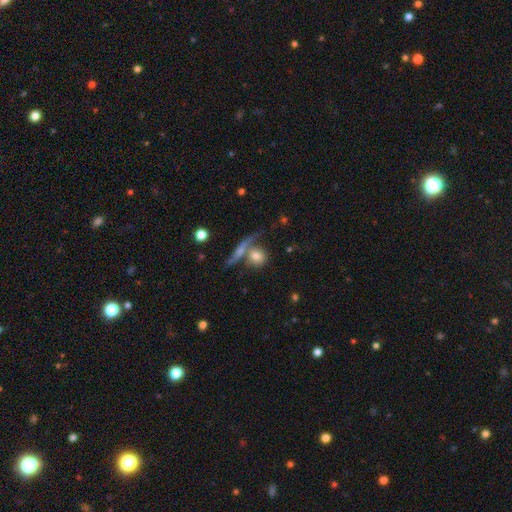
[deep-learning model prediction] Morphology: type=smooth (71%); roundness=round (74%); merging=none (45%).